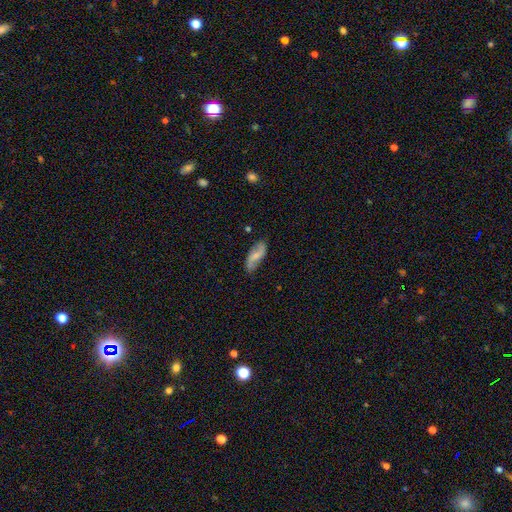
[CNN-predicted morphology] smooth-or-featured: featured or disk: 49% | smooth: 45% | star or artifact: 7%
  merging: none: 74% | minor disturbance: 20% | major disturbance: 4% | merger: 2%